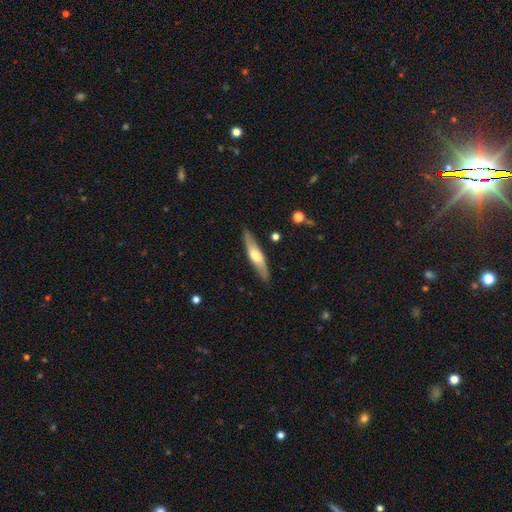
Smooth or featured: smooth — 50% (featured or disk — 42%)
How rounded: cigar-shaped — 89% (in between — 11%)
Merging: none — 89% (minor disturbance — 11%)